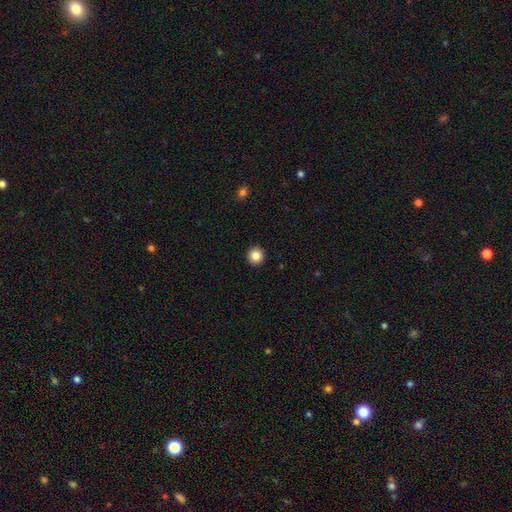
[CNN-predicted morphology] A smooth galaxy with no disk features (85%) that is round (95%).

Vote fractions:
- Smooth or featured? smooth: 85% / star or artifact: 10% / featured or disk: 5%
- How rounded? round: 95% / in between: 4% / cigar-shaped: 1%
- Merging? none: 94% / minor disturbance: 4% / major disturbance: 1% / merger: 1%